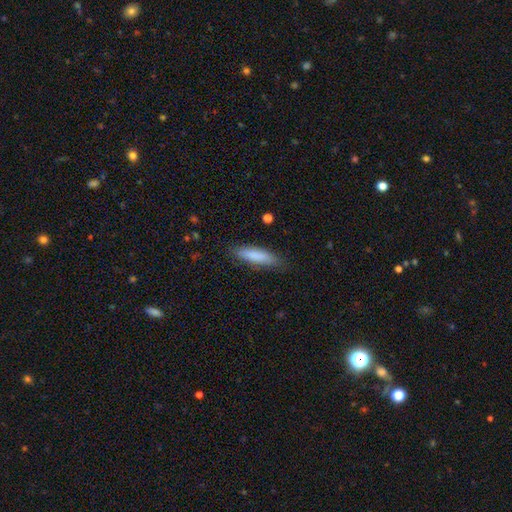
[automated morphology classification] smooth 83%, featured or disk 11%, star or artifact 6%. Down the decision tree: how rounded — cigar-shaped (72%); merging — none (84%).